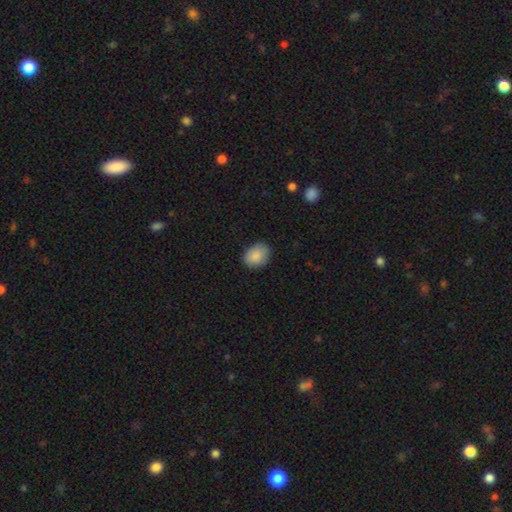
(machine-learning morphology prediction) Smooth or featured? smooth (88%)
How rounded? in between (68%)
Merging? none (80%)